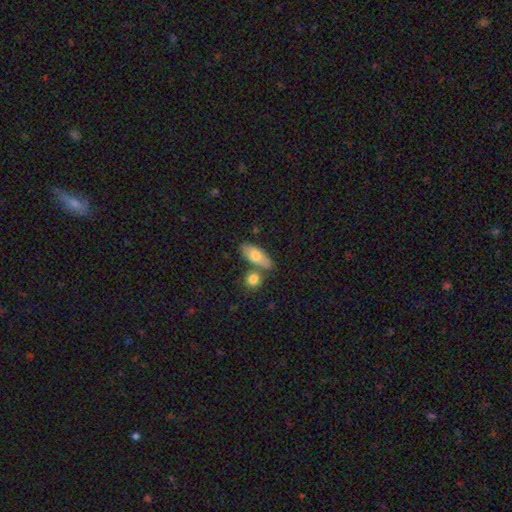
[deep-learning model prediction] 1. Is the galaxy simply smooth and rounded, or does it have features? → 71% smooth, 22% featured or disk, 6% star or artifact.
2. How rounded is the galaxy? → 77% in between, 18% cigar-shaped, 5% round.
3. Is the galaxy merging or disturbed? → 63% none, 21% merger, 13% minor disturbance, 3% major disturbance.